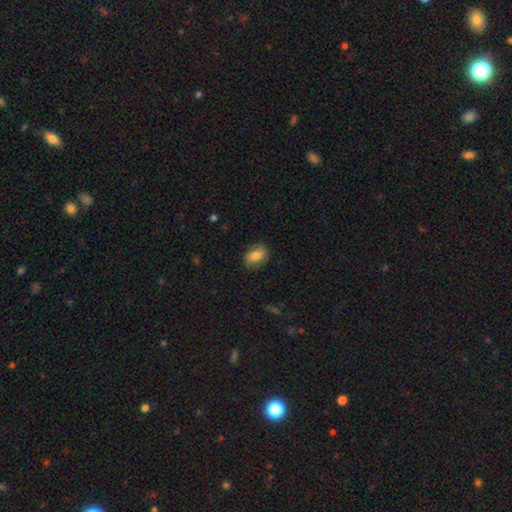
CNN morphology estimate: A smooth galaxy with no disk features (80%) that is in between round and cigar-shaped (75%).

Vote fractions:
- Smooth or featured? smooth: 80% / featured or disk: 12% / star or artifact: 8%
- How rounded? in between: 75% / round: 23% / cigar-shaped: 2%
- Merging? none: 84% / minor disturbance: 12% / major disturbance: 3% / merger: 1%